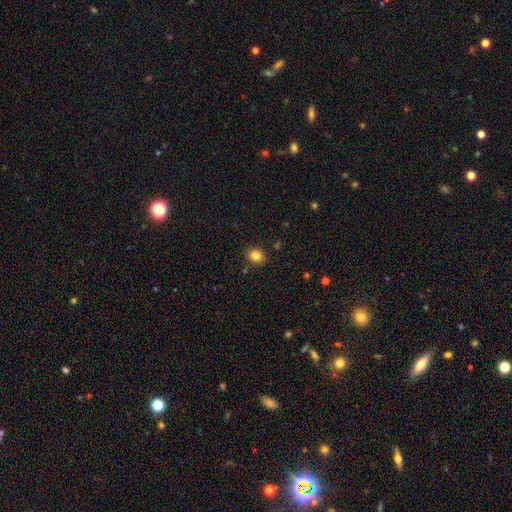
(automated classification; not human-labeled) Smooth or featured? Predicted: smooth (p=0.83). How rounded? Predicted: round (p=0.61). Merging? Predicted: none (p=0.88).